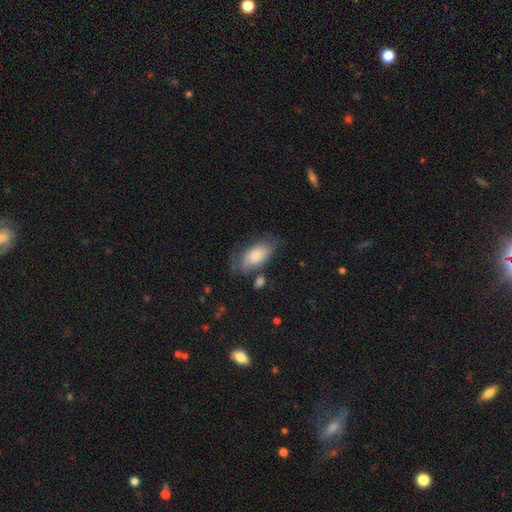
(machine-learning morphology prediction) A smooth galaxy with no disk features (78%) that is in between round and cigar-shaped (91%).

Vote fractions:
- Smooth or featured? smooth: 78% / featured or disk: 16% / star or artifact: 6%
- How rounded? in between: 91% / cigar-shaped: 5% / round: 4%
- Merging? none: 55% / minor disturbance: 27% / major disturbance: 11% / merger: 6%